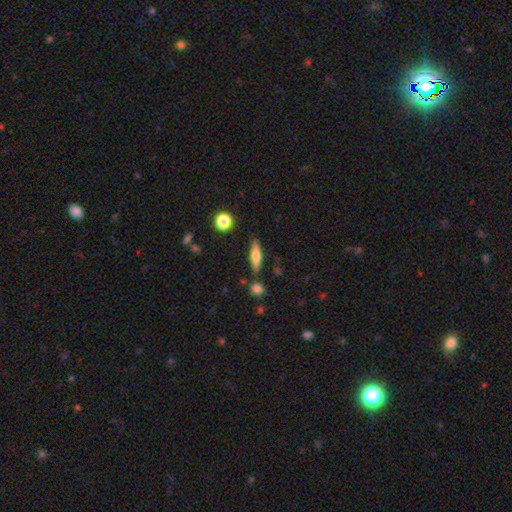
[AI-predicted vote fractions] Smooth or featured?
  - smooth: 59% *
  - featured or disk: 34%
  - star or artifact: 7%
How rounded?
  - cigar-shaped: 66% *
  - in between: 31%
  - round: 3%
Merging?
  - none: 83% *
  - minor disturbance: 10%
  - merger: 4%
  - major disturbance: 2%